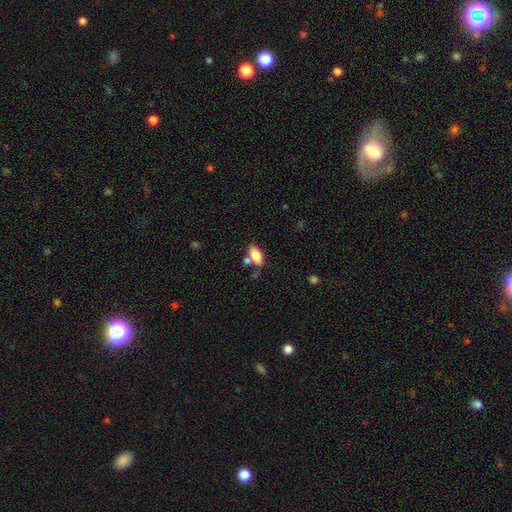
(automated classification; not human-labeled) Overall: smooth (79%). How rounded: in between (88%). Merging: none (61%).